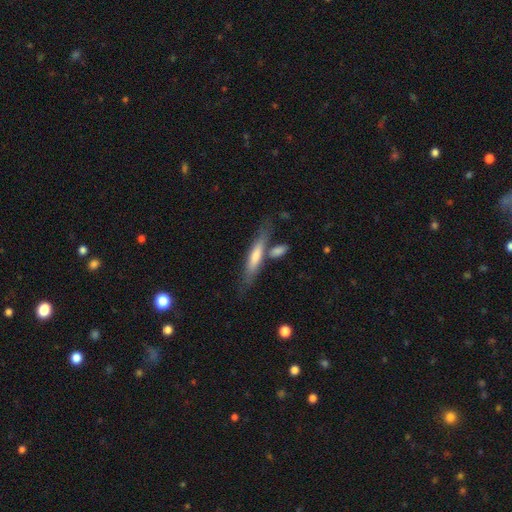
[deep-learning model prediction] Q: Smooth or featured?
A: featured or disk (48%); runner-up: smooth (44%)
Q: Merging?
A: none (71%); runner-up: minor disturbance (14%)